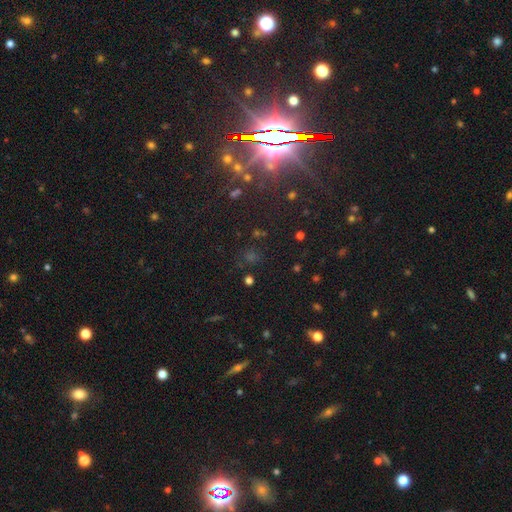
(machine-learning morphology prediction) star or artifact 78%, smooth 13%, featured or disk 9%.